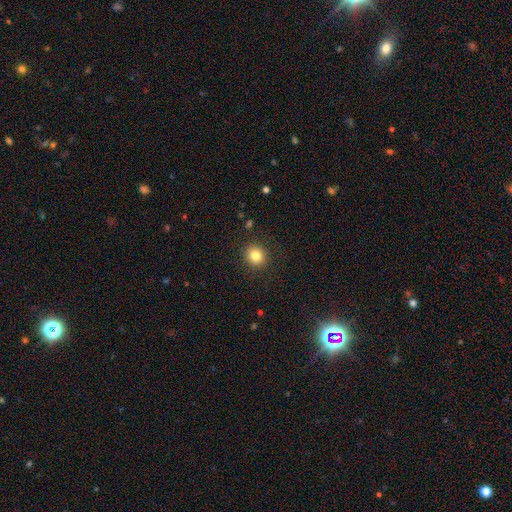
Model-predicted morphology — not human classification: Smooth or featured: smooth — 83% (star or artifact — 11%)
How rounded: round — 80% (in between — 19%)
Merging: none — 90% (minor disturbance — 6%)